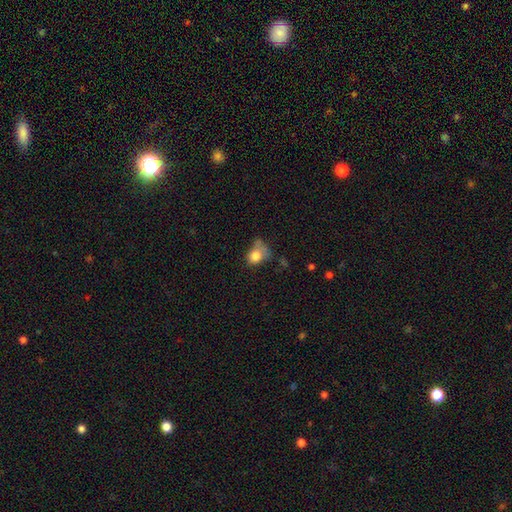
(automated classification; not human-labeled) Morphology: type=smooth (78%); roundness=in between (52%); merging=minor disturbance (30%, tied with none).